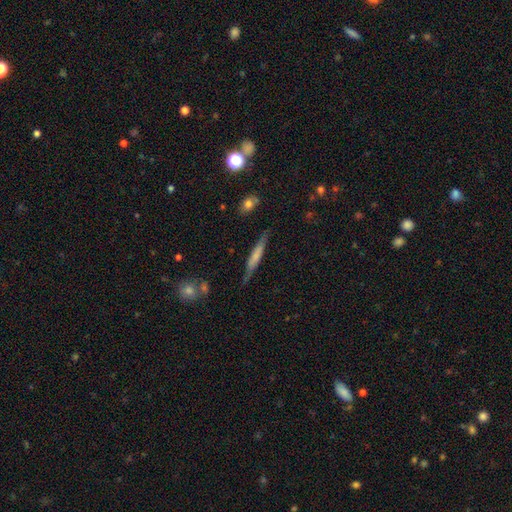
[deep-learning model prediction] smooth-or-featured: smooth: 53% | featured or disk: 41% | star or artifact: 6%
  how-rounded: cigar-shaped: 93% | in between: 6% | round: 2%
  merging: none: 78% | minor disturbance: 16% | major disturbance: 3% | merger: 2%